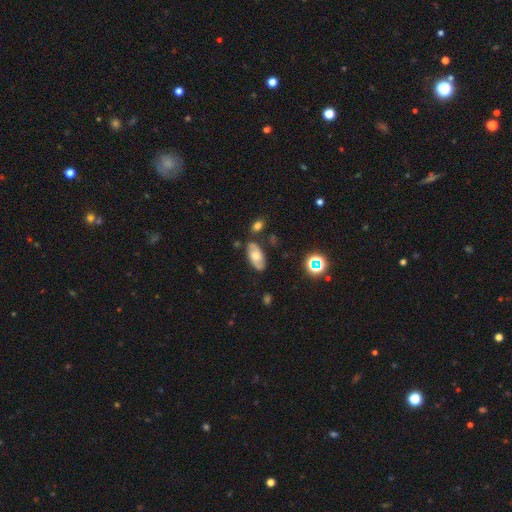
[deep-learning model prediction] Q: Smooth or featured?
A: smooth (54%); runner-up: featured or disk (38%)
Q: How rounded?
A: in between (91%); runner-up: cigar-shaped (5%)
Q: Merging?
A: none (77%); runner-up: minor disturbance (14%)